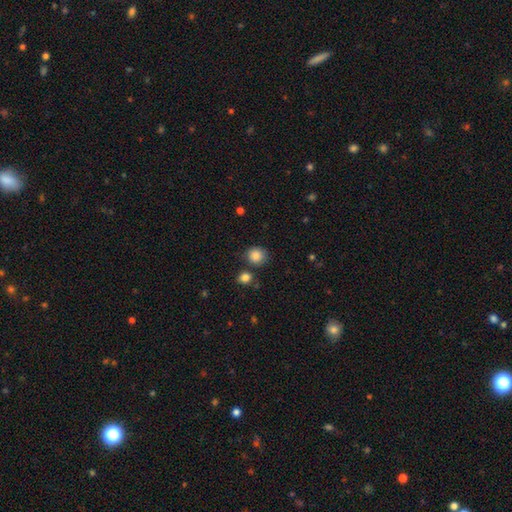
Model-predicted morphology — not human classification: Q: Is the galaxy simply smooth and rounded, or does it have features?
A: smooth — 87%.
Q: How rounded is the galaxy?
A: round — 84%.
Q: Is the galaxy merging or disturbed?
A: none — 78%.